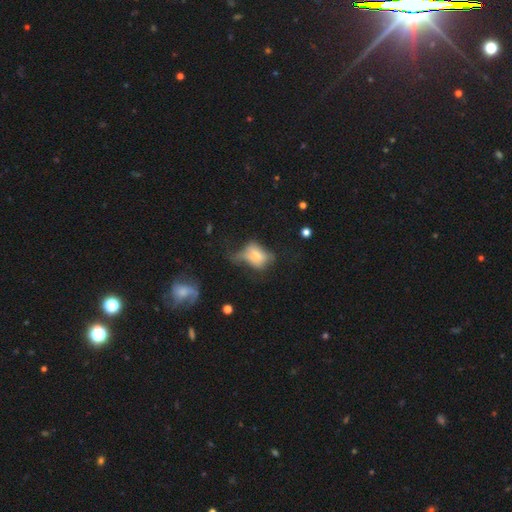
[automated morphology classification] Smooth or featured: smooth — 52% (featured or disk — 36%)
How rounded: in between — 72% (round — 25%)
Merging: major disturbance — 40% (none — 27%)